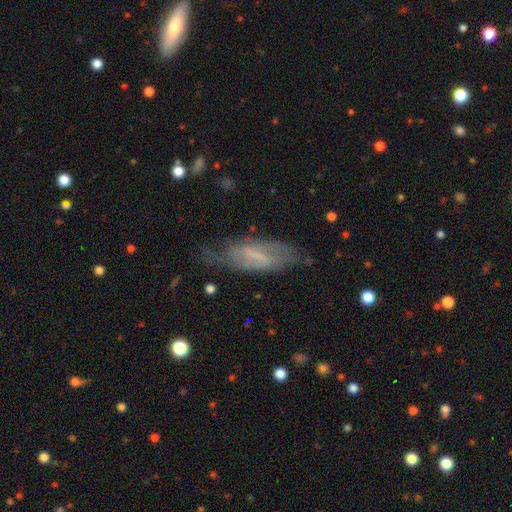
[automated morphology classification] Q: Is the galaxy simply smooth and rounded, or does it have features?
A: featured or disk — 59%.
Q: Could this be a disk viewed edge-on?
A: no — 79%.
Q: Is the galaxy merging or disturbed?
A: none — 65%.